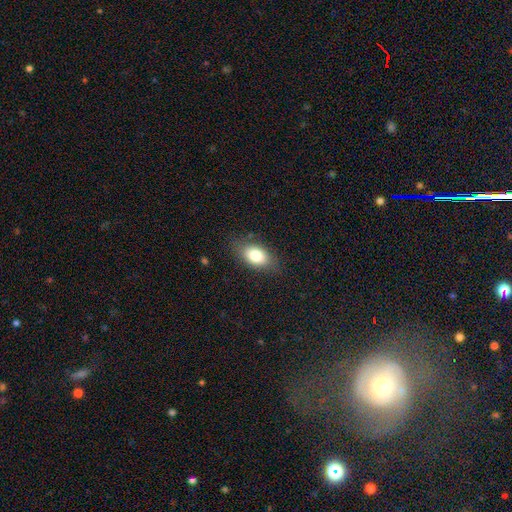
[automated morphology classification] Smooth or featured? Predicted: smooth (p=0.78). How rounded? Predicted: in between (p=0.87). Merging? Predicted: none (p=0.80).